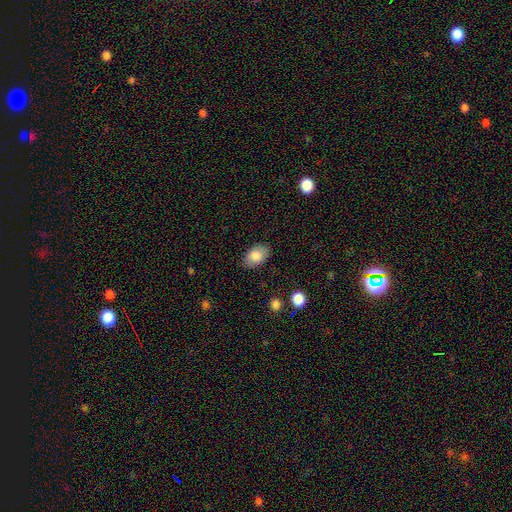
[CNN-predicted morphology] A smooth galaxy with no disk features (82%) that is in between round and cigar-shaped (90%). Merging: none (85%).